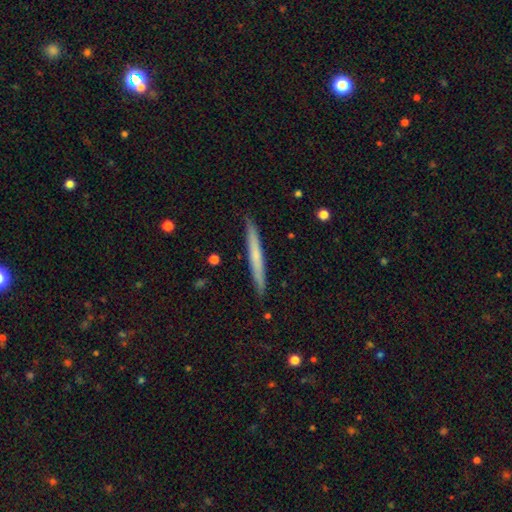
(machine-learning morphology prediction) A smooth galaxy with no disk features (53%) that is cigar-shaped (97%).

Vote fractions:
- Smooth or featured? smooth: 53% / featured or disk: 41% / star or artifact: 6%
- How rounded? cigar-shaped: 97% / in between: 2% / round: 1%
- Merging? none: 91% / minor disturbance: 7% / major disturbance: 1% / merger: 1%